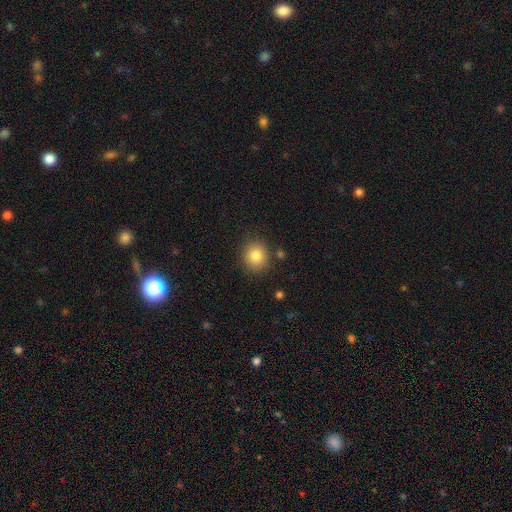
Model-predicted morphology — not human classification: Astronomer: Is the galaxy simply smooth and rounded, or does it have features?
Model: smooth — 83%.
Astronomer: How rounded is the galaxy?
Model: round — 80%.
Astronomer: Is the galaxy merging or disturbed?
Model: none — 85%.